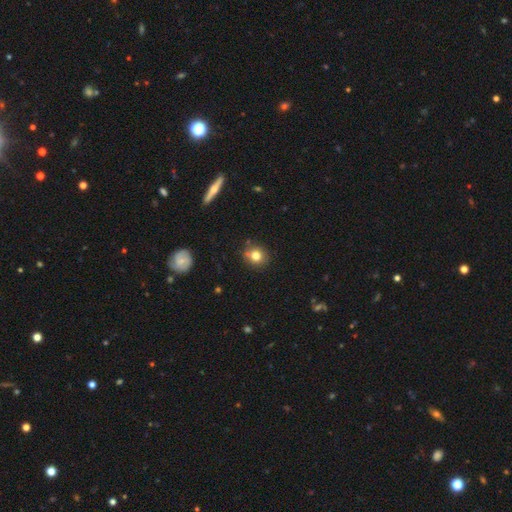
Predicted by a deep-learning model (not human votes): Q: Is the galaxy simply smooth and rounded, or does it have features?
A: smooth — 79%.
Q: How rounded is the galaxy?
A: round — 83%.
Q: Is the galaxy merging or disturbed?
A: none — 81%.